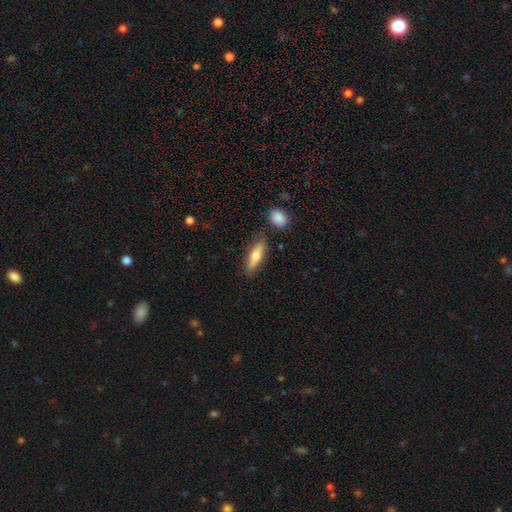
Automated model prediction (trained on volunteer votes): The model was most divided on "how rounded": cigar-shaped: 60%, in between: 38%, round: 3%. More confident: merging — none (80%); smooth or featured — smooth (62%).